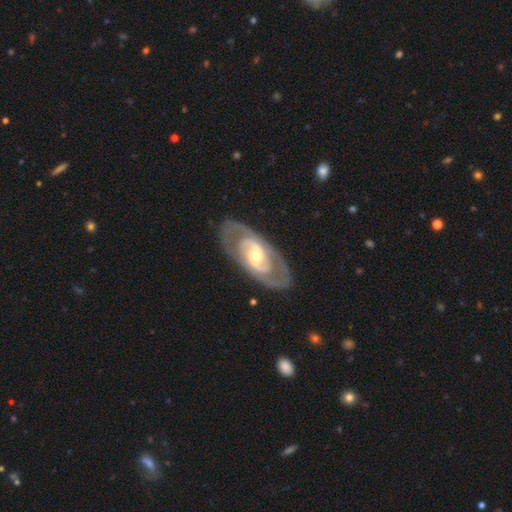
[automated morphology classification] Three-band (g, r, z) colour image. It shows a featured or disk galaxy (82%) with no bar (46%), 2 (72%) tight (49%) spiral arms (76%) and a moderate central bulge (55%). Merging: none (81%).